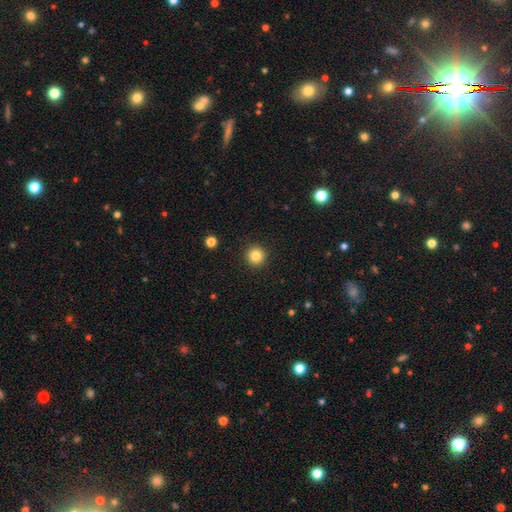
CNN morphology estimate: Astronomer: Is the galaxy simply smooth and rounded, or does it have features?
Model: smooth — 84%.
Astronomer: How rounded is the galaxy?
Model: round — 96%.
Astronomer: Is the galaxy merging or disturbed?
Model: none — 93%.